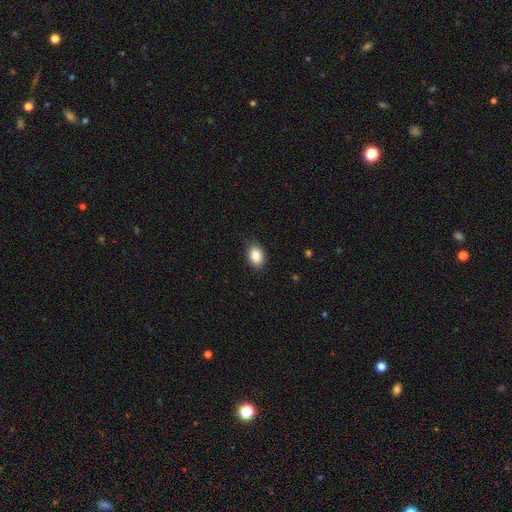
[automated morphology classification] A smooth galaxy with no disk features (86%) that is in between round and cigar-shaped (82%).

Vote fractions:
- Smooth or featured? smooth: 86% / star or artifact: 8% / featured or disk: 6%
- How rounded? in between: 82% / round: 17% / cigar-shaped: 1%
- Merging? none: 87% / minor disturbance: 10% / major disturbance: 2% / merger: 1%